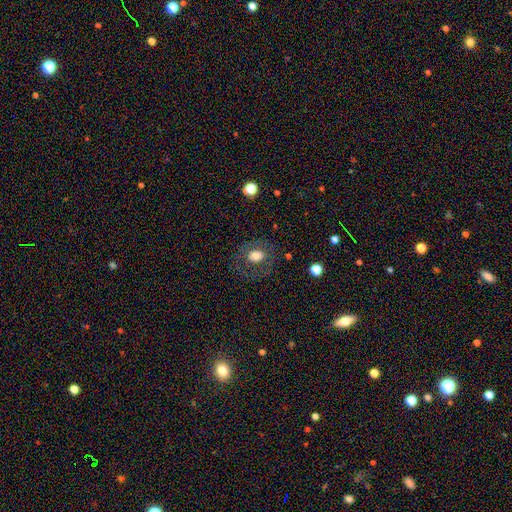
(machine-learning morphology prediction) Q: Smooth or featured?
A: smooth (62%); runner-up: featured or disk (28%)
Q: How rounded?
A: in between (53%); runner-up: round (46%)
Q: Merging?
A: none (74%); runner-up: minor disturbance (14%)